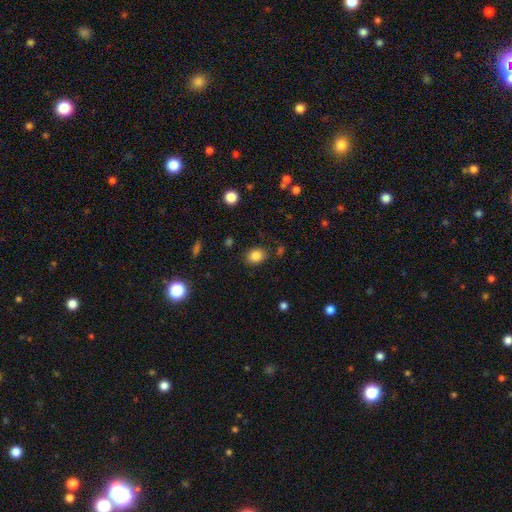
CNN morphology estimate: Smooth or featured? smooth (84%)
How rounded? in between (50%)
Merging? none (84%)